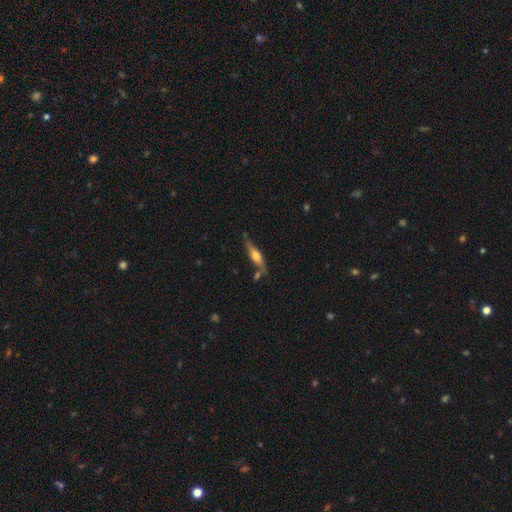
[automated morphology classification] Smooth or featured: featured or disk — 59% (smooth — 35%)
Edge-on disk: yes — 92% (no — 8%)
Edge-on bulge: rounded — 86% (boxy — 9%)
Merging: none — 70% (minor disturbance — 17%)